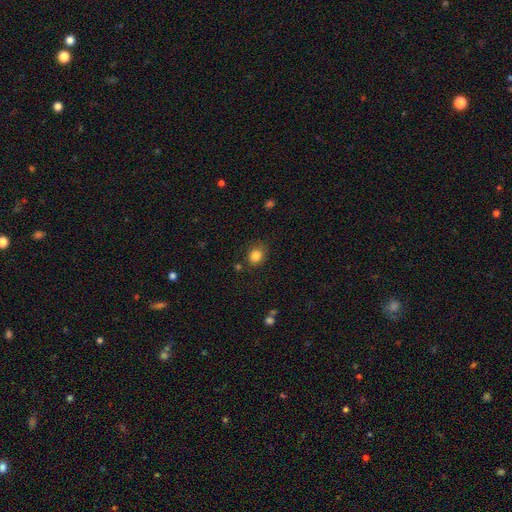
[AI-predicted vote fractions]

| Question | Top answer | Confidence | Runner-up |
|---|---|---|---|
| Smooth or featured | smooth | 84% | star or artifact (11%) |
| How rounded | round | 68% | in between (31%) |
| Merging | none | 79% | minor disturbance (14%) |